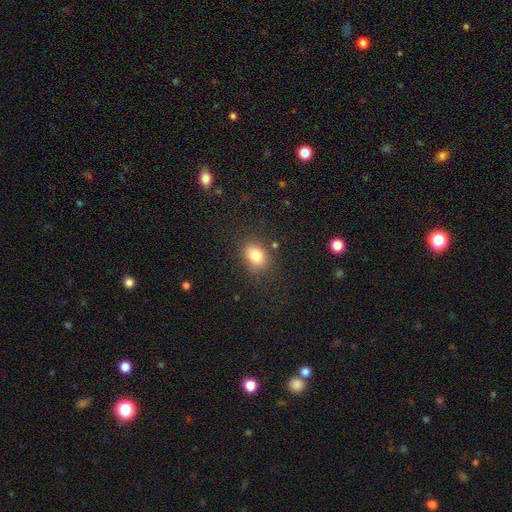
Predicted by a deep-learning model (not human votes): Q: Smooth or featured?
A: smooth (82%); runner-up: star or artifact (10%)
Q: How rounded?
A: in between (62%); runner-up: round (37%)
Q: Merging?
A: none (79%); runner-up: minor disturbance (13%)